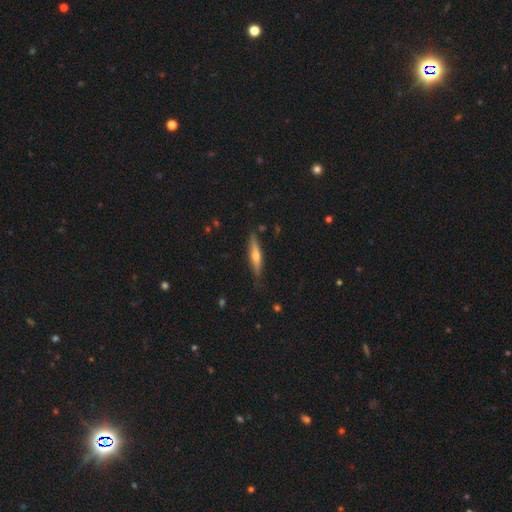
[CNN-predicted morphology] Smooth or featured?
  - featured or disk: 51% *
  - smooth: 43%
  - star or artifact: 6%
Edge-on disk?
  - yes: 93% *
  - no: 7%
Merging?
  - none: 83% *
  - minor disturbance: 13%
  - major disturbance: 2%
  - merger: 2%